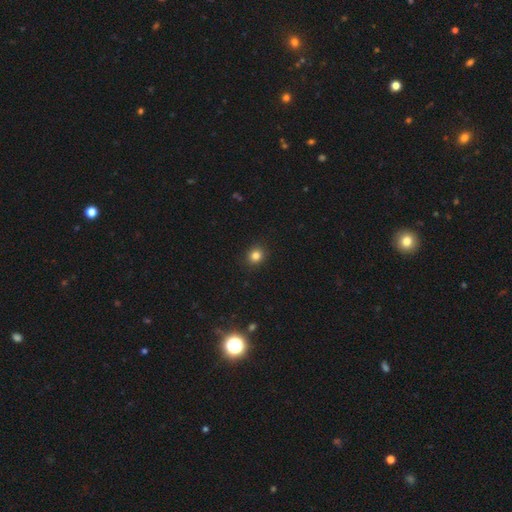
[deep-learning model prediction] Smooth or featured: smooth — 83% (star or artifact — 12%)
How rounded: round — 83% (in between — 16%)
Merging: none — 91% (minor disturbance — 6%)